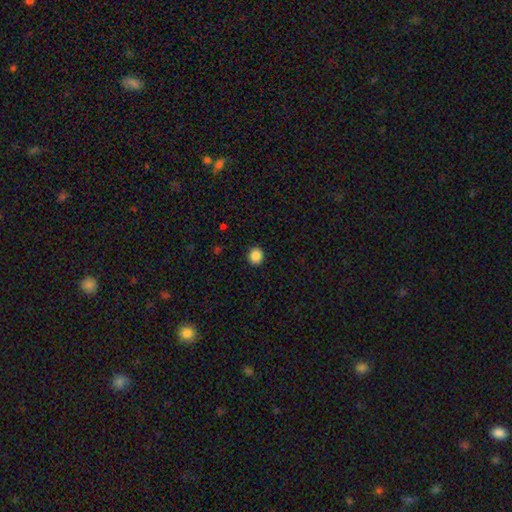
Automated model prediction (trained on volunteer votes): Q: Smooth or featured?
A: smooth (88%); runner-up: star or artifact (10%)
Q: How rounded?
A: round (88%); runner-up: in between (11%)
Q: Merging?
A: none (92%); runner-up: minor disturbance (5%)